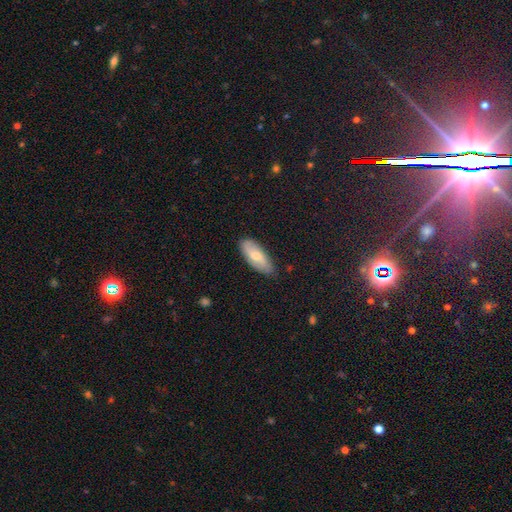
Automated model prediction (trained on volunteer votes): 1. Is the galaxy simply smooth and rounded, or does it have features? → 62% smooth, 32% featured or disk, 7% star or artifact.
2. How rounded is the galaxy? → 77% in between, 21% cigar-shaped, 2% round.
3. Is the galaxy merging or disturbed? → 83% none, 14% minor disturbance, 2% major disturbance, 1% merger.